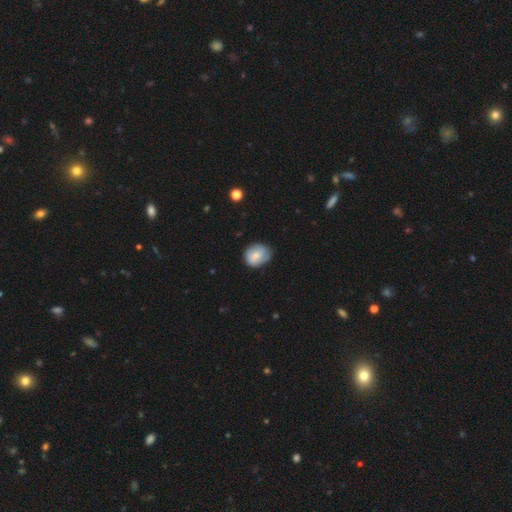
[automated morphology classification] type=smooth (71%); roundness=round (61%); merging=none (69%).